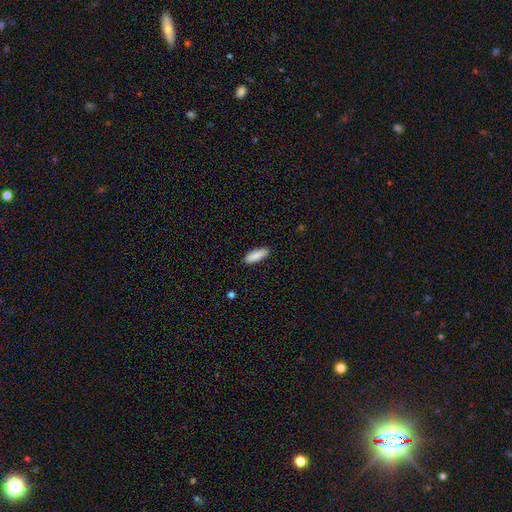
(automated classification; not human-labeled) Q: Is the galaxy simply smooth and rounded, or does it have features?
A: smooth — 88%.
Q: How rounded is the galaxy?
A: in between — 54%.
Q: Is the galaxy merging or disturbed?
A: none — 89%.